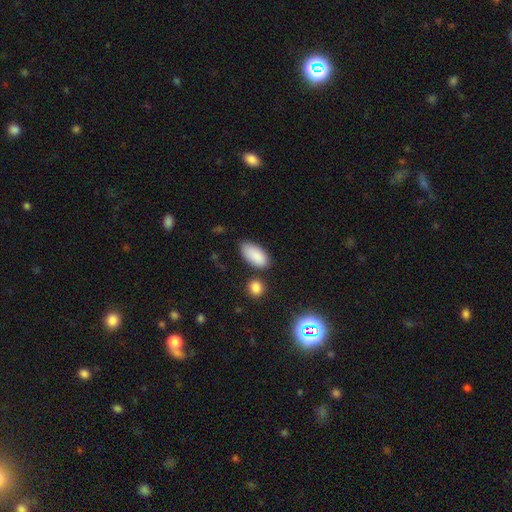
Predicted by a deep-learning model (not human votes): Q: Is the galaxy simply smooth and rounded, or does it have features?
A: smooth — 88%.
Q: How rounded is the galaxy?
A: in between — 92%.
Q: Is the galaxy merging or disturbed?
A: none — 75%.